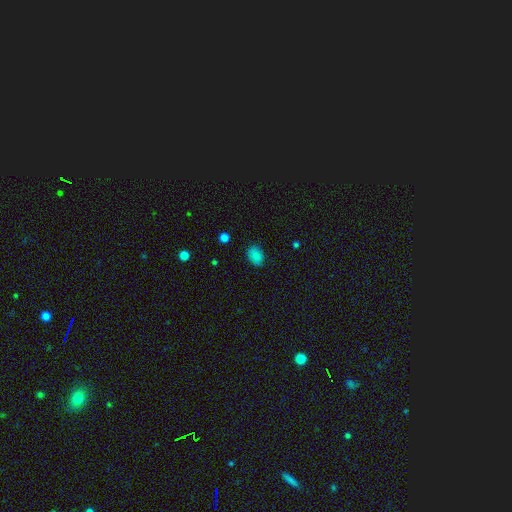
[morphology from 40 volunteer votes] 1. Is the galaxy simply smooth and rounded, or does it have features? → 80% smooth, 12% featured or disk, 8% star or artifact.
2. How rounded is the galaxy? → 91% in between, 9% round, 0% cigar-shaped.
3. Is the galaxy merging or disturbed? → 70% none, 24% minor disturbance, 3% major disturbance, 3% merger.